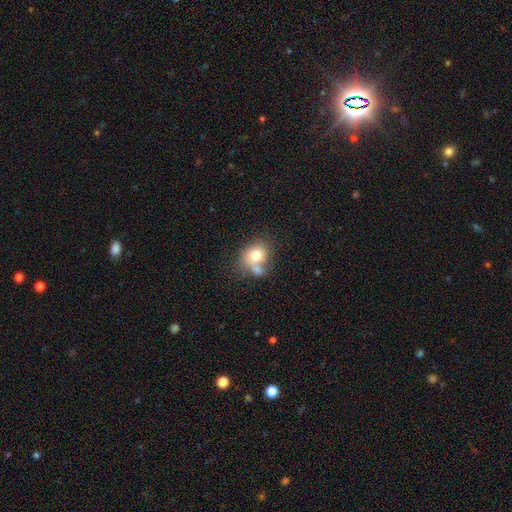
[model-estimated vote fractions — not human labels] Overall: smooth (74%). How rounded: round (60%; in between 39%). Merging: merger (41%; none 38%).